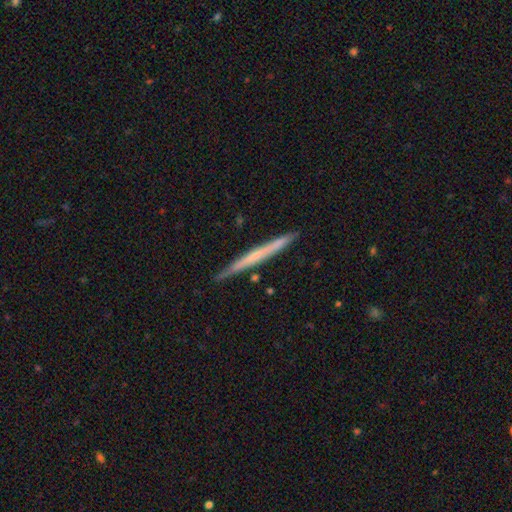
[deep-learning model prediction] Smooth or featured: featured or disk — 53% (smooth — 42%)
Edge-on disk: yes — 97% (no — 3%)
Edge-on bulge: none — 77% (rounded — 18%)
Merging: none — 88% (minor disturbance — 8%)